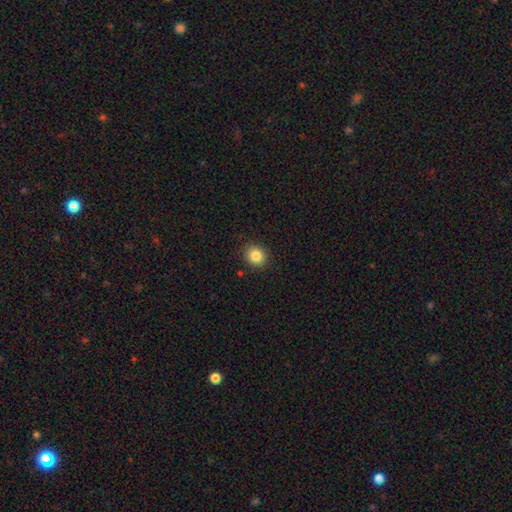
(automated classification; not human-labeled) Q: Smooth or featured?
A: smooth (85%); runner-up: star or artifact (10%)
Q: How rounded?
A: round (75%); runner-up: in between (24%)
Q: Merging?
A: none (89%); runner-up: minor disturbance (8%)